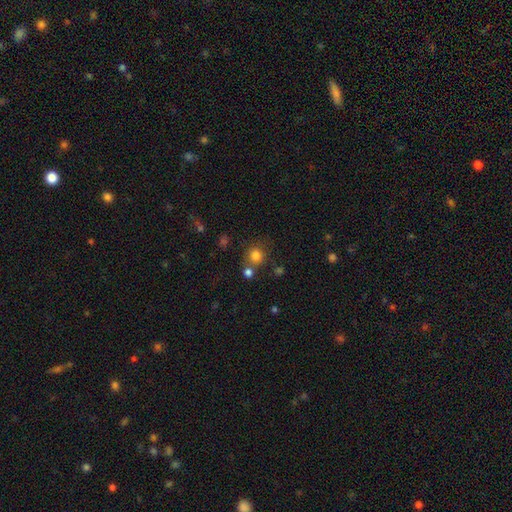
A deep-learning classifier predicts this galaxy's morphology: Overall: smooth (80%). How rounded: round (90%). Merging: none (70%).